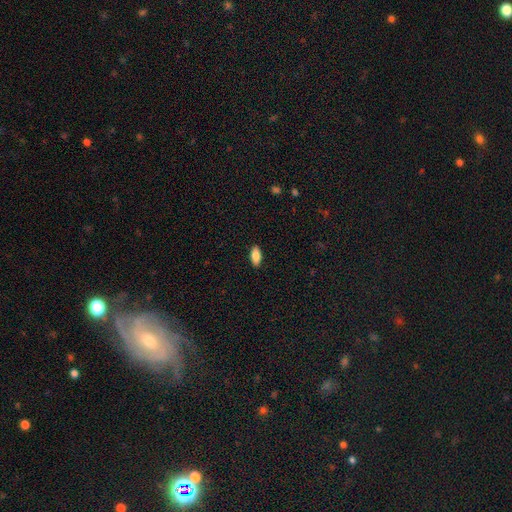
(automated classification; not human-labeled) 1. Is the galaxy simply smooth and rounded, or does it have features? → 84% smooth, 10% featured or disk, 7% star or artifact.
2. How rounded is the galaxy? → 88% in between, 9% cigar-shaped, 3% round.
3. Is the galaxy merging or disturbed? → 89% none, 8% minor disturbance, 2% major disturbance, 1% merger.